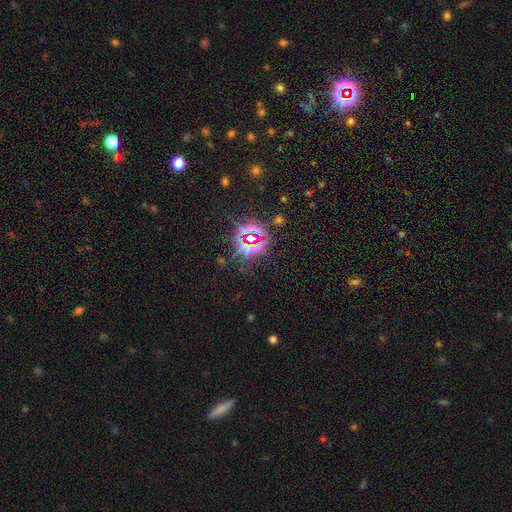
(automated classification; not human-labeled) The model was most divided on "smooth or featured": star or artifact: 80%, smooth: 12%, featured or disk: 8%.